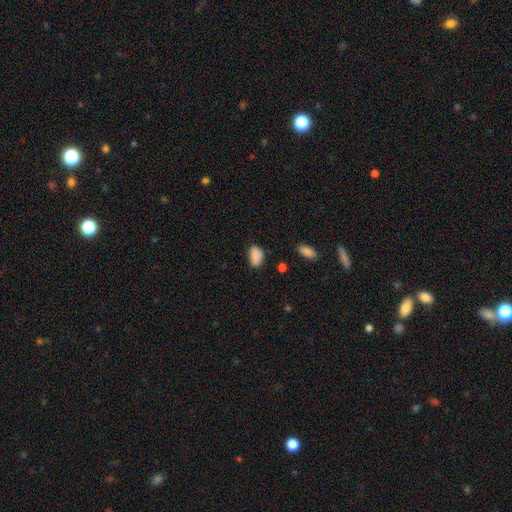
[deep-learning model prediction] A smooth galaxy with no disk features (87%) that is in between round and cigar-shaped (91%). Merging: none (71%).